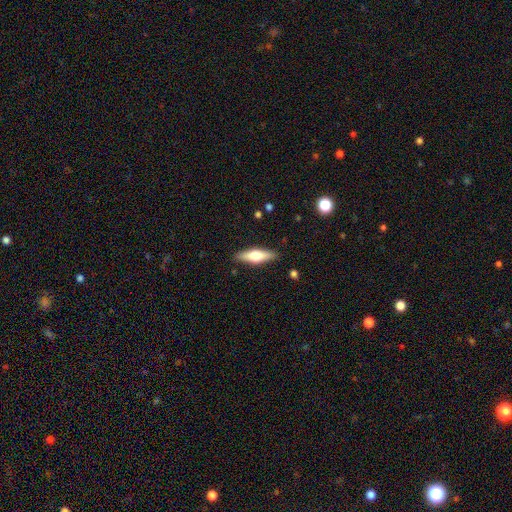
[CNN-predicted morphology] This appears to be a smooth galaxy with no disk features (48%). Merging: none (88%).